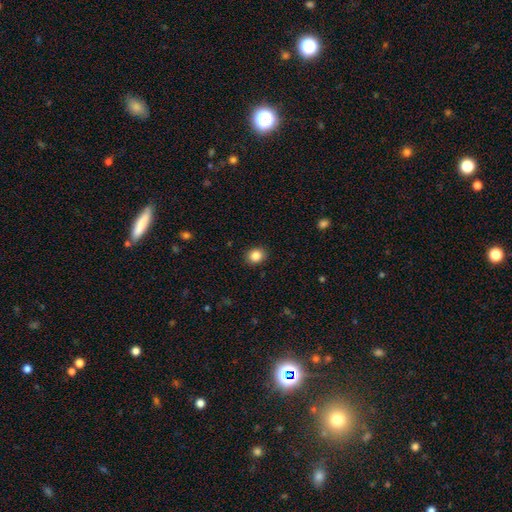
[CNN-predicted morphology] This is clearly a smooth galaxy (86%). How rounded: likely round (67%). Merging: clearly none (90%).